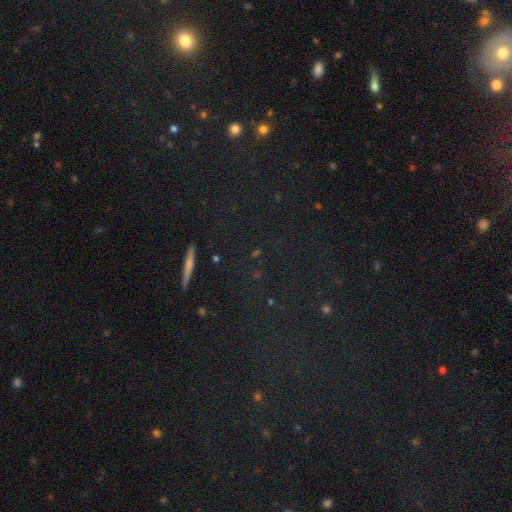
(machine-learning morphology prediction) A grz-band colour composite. It shows a star or artifact, not a galaxy (69%).